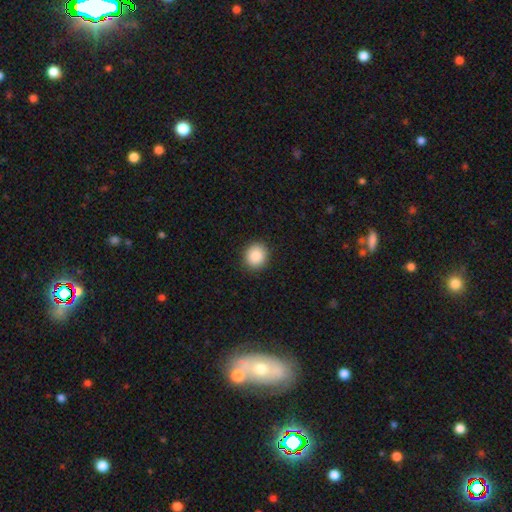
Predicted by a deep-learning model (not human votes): Smooth or featured?
  - smooth: 88% *
  - star or artifact: 8%
  - featured or disk: 3%
How rounded?
  - round: 87% *
  - in between: 13%
  - cigar-shaped: 1%
Merging?
  - none: 91% *
  - minor disturbance: 6%
  - major disturbance: 2%
  - merger: 1%